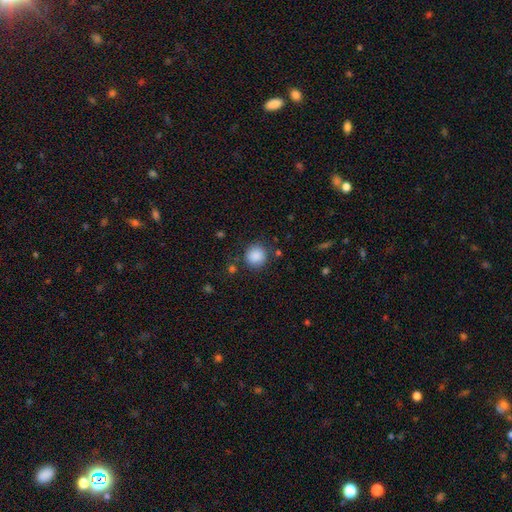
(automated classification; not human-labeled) Morphology: type=smooth (88%); roundness=round (90%); merging=none (84%).